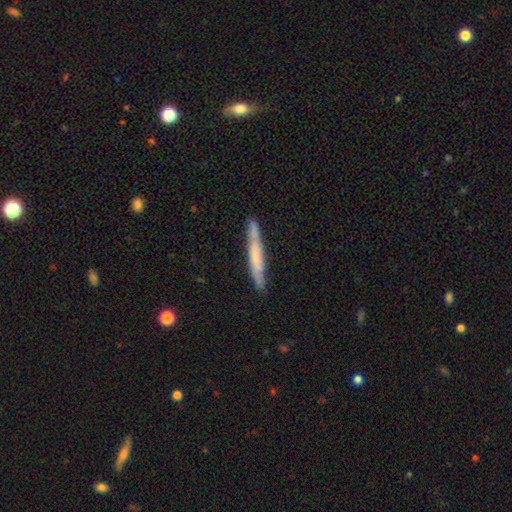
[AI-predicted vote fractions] Overall: smooth (50%; featured or disk 44%). Merging: none (83%).